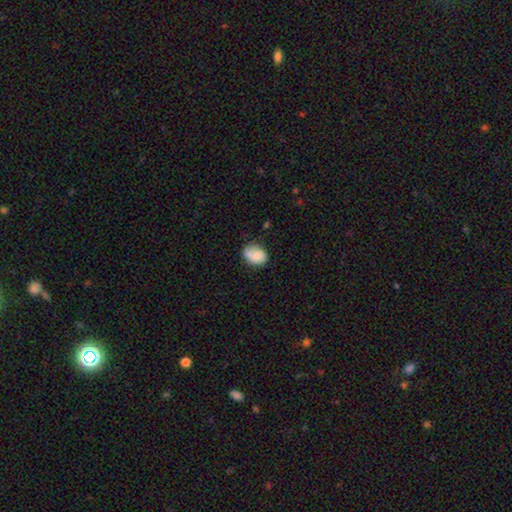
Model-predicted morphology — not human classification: This appears to be a smooth galaxy with no disk features (70%) that is in between round and cigar-shaped (62%). Merging: none (52%).